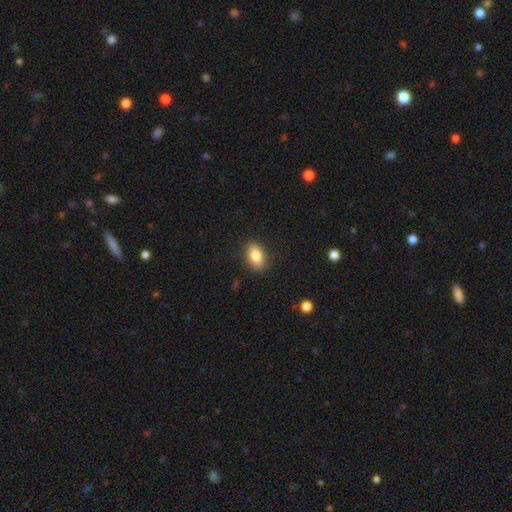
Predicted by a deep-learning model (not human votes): smooth 82%, featured or disk 10%, star or artifact 8%. Down the decision tree: how rounded — in between (87%); merging — none (88%).